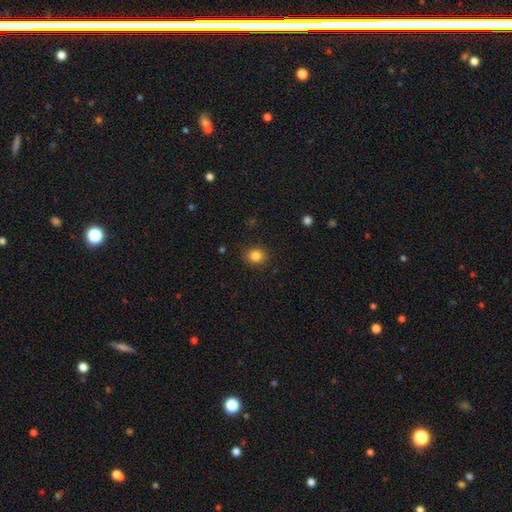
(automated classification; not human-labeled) Q: Smooth or featured?
A: smooth (85%); runner-up: star or artifact (11%)
Q: How rounded?
A: round (80%); runner-up: in between (19%)
Q: Merging?
A: none (87%); runner-up: minor disturbance (9%)